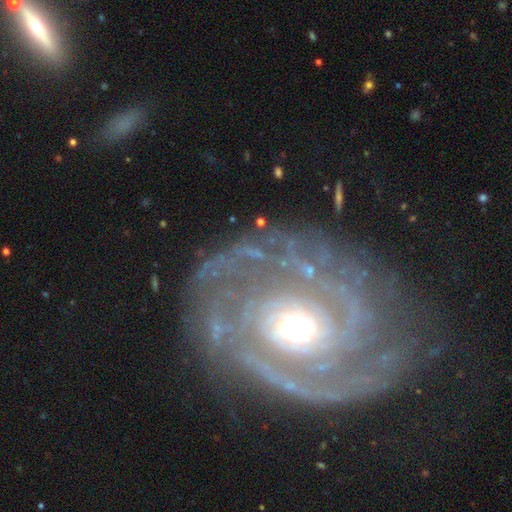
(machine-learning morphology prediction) smooth_or_featured: featured or disk (p=0.89) [alt: star or artifact p=0.06]
disk_edge_on: no (p=0.96) [alt: yes p=0.04]
bar: no (p=0.65) [alt: weak p=0.23]
has_spiral_arms: yes (p=0.94) [alt: no p=0.06]
spiral_winding: tight (p=0.73) [alt: medium p=0.21]
spiral_arm_count: can't tell (p=0.28) [alt: 2 p=0.26]
bulge_size: moderate (p=0.68) [alt: small p=0.17]
merging: none (p=0.73) [alt: minor disturbance p=0.16]